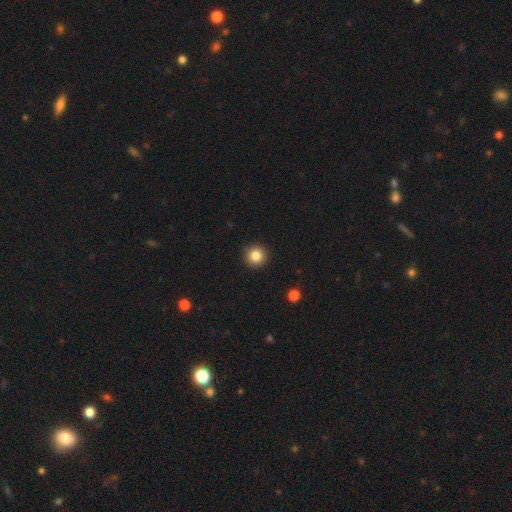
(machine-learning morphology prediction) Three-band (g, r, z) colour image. It shows a smooth galaxy with no disk features (84%) that is round (95%). Merging: none (92%).